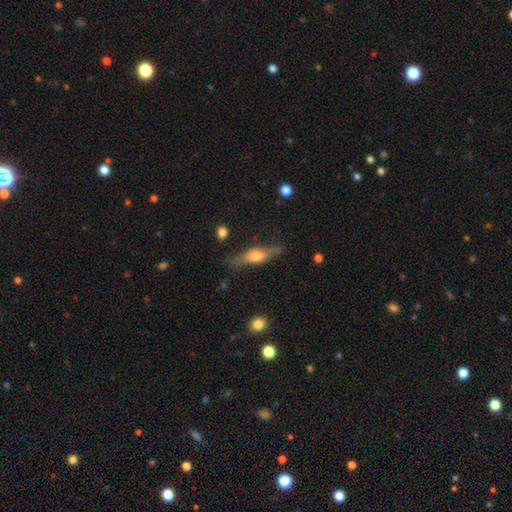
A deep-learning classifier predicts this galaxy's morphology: type=featured or disk (65%); edge-on=yes (93%); edge-on bulge=rounded (90%); merging=none (80%).